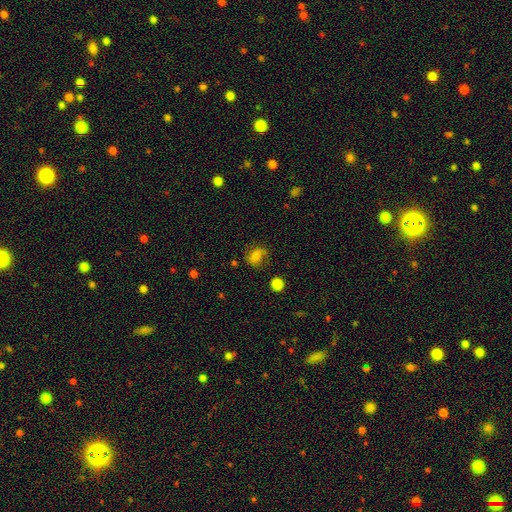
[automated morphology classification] smooth 60%, featured or disk 26%, star or artifact 13%. Down the decision tree: how rounded — round (56%); merging — none (59%).